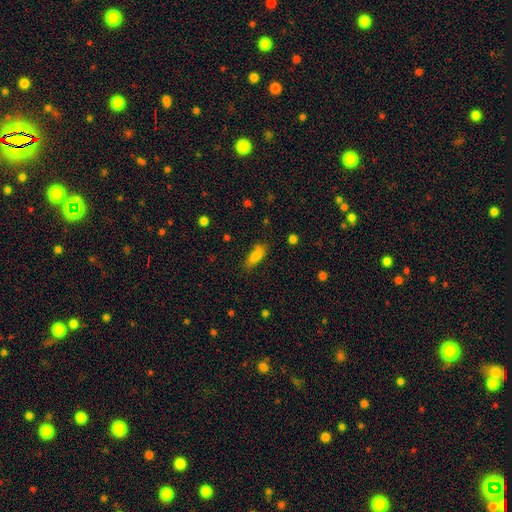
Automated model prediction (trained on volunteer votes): Smooth or featured? smooth (82%)
How rounded? in between (70%)
Merging? none (75%)